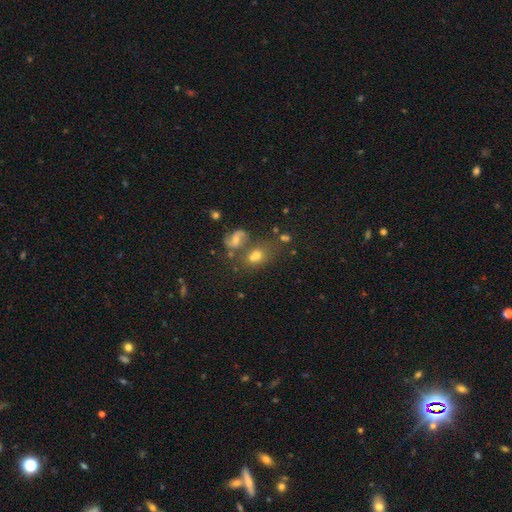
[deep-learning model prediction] Smooth or featured? smooth (55%)
How rounded? in between (57%)
Merging? none (46%)